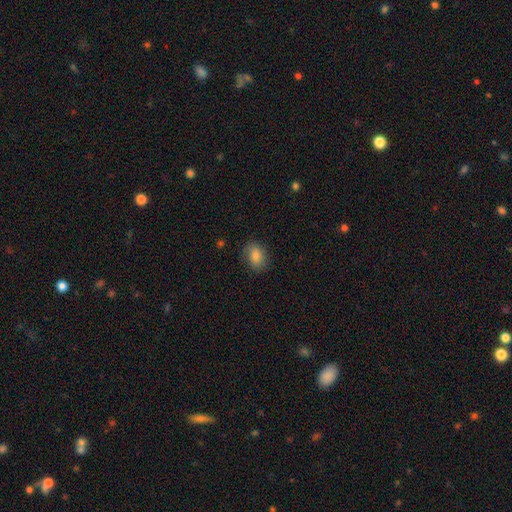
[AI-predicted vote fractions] smooth_or_featured: smooth (p=0.80) [alt: featured or disk p=0.11]
how_rounded: in between (p=0.81) [alt: round p=0.17]
merging: none (p=0.81) [alt: minor disturbance p=0.14]